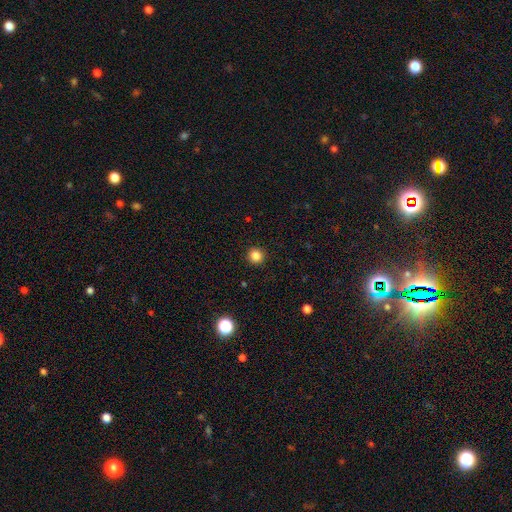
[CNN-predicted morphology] This appears to be a smooth galaxy with no disk features (84%) that is round (95%). Merging: none (93%).